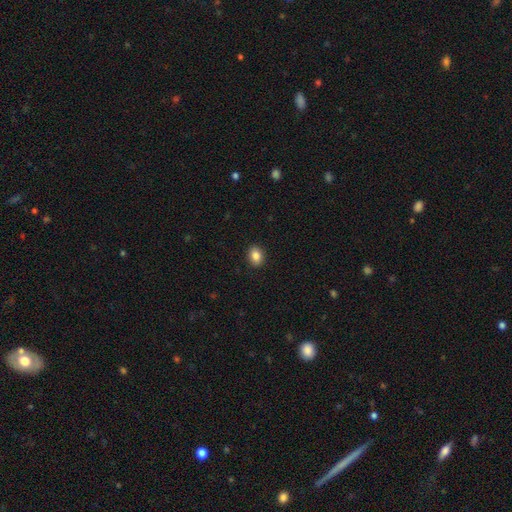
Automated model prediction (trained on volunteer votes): smooth-or-featured: smooth: 86% | star or artifact: 9% | featured or disk: 5%
  how-rounded: in between: 65% | round: 34% | cigar-shaped: 1%
  merging: none: 91% | minor disturbance: 7% | major disturbance: 2% | merger: 1%